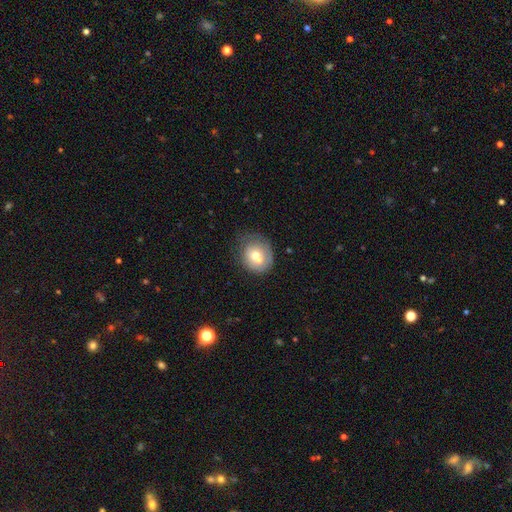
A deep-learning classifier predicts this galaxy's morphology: Q: Smooth or featured?
A: smooth (59%); runner-up: featured or disk (32%)
Q: How rounded?
A: round (73%); runner-up: in between (27%)
Q: Merging?
A: none (39%); runner-up: merger (36%)